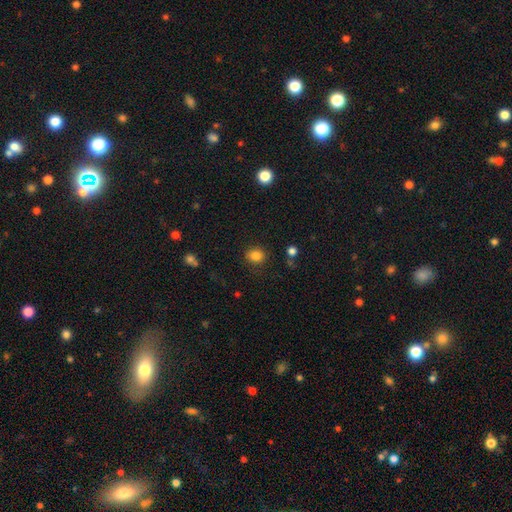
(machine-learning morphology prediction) Smooth or featured: smooth — 84% (star or artifact — 11%)
How rounded: round — 68% (in between — 31%)
Merging: none — 84% (minor disturbance — 11%)